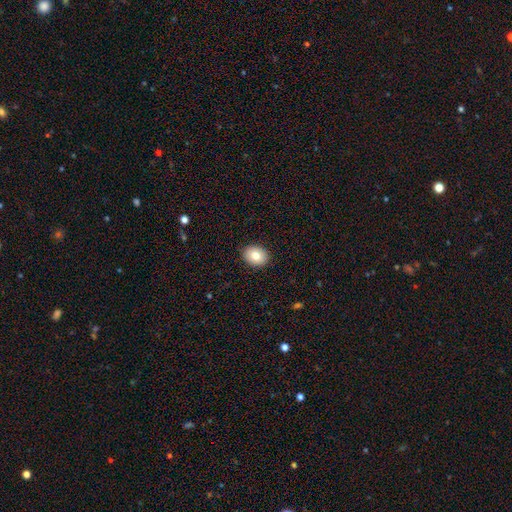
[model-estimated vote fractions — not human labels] A smooth galaxy with no disk features (82%) that is in between round and cigar-shaped (52%).

Vote fractions:
- Smooth or featured? smooth: 82% / featured or disk: 10% / star or artifact: 8%
- How rounded? in between: 52% / round: 47% / cigar-shaped: 1%
- Merging? none: 91% / minor disturbance: 7% / major disturbance: 2% / merger: 1%